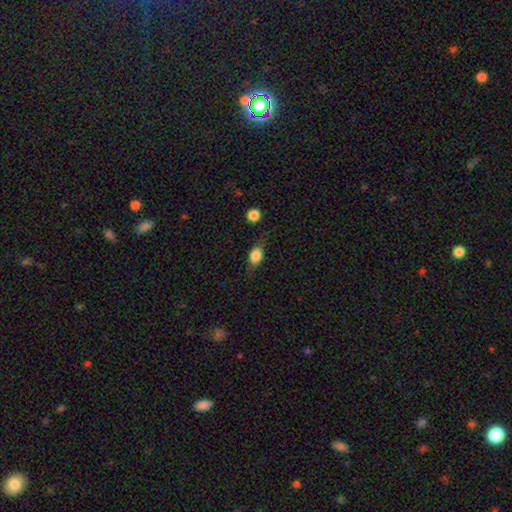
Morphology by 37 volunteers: Smooth or featured? 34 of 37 (92%) said smooth. How rounded? 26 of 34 (76%) said in between. Merging? 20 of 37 (54%) said none.